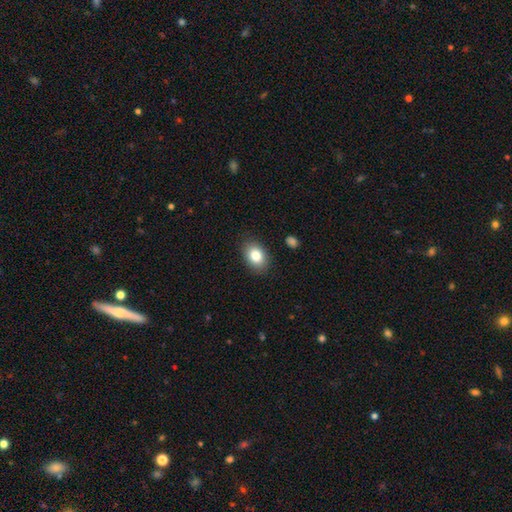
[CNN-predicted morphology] Smooth or featured?
  - smooth: 83% *
  - featured or disk: 9%
  - star or artifact: 8%
How rounded?
  - in between: 80% *
  - round: 19%
  - cigar-shaped: 1%
Merging?
  - none: 86% *
  - minor disturbance: 10%
  - major disturbance: 3%
  - merger: 1%